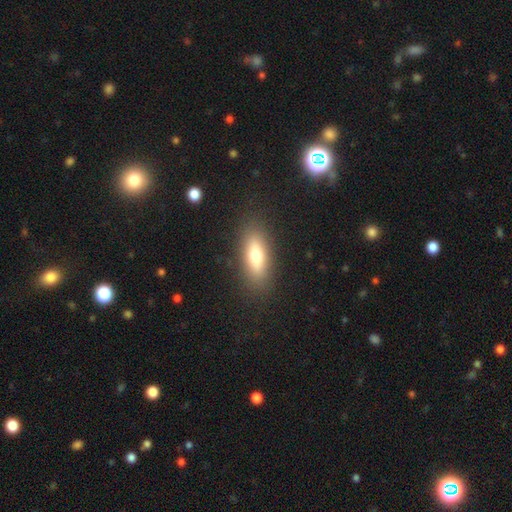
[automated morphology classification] Q: Smooth or featured?
A: smooth (70%); runner-up: featured or disk (22%)
Q: How rounded?
A: in between (62%); runner-up: cigar-shaped (35%)
Q: Merging?
A: none (87%); runner-up: minor disturbance (9%)